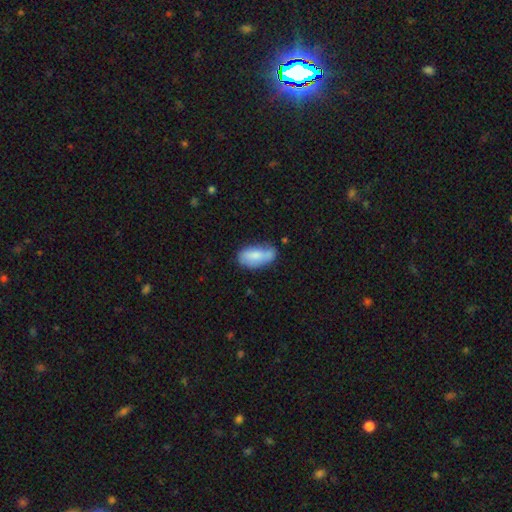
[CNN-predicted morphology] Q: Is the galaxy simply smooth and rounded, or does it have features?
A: smooth — 73%.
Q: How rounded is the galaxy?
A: in between — 89%.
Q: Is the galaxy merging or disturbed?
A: none — 50%.